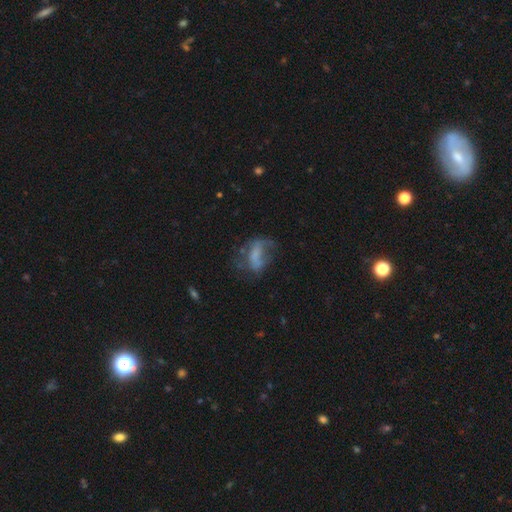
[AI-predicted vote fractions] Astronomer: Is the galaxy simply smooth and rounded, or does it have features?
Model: featured or disk — 44% (runner-up: smooth, 42%).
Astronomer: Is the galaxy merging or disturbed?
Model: major disturbance — 42% (runner-up: none, 32%).